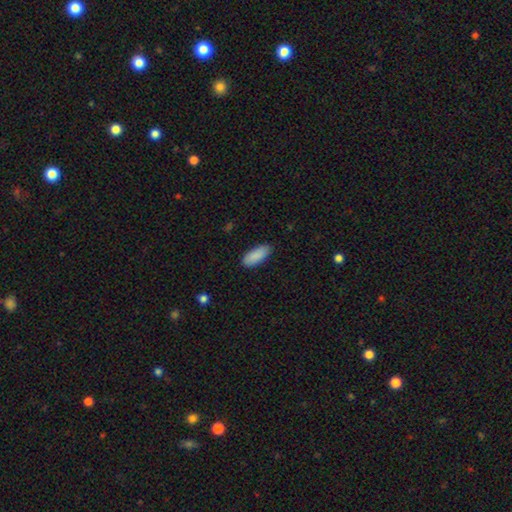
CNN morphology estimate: type=smooth (90%); roundness=in between (84%); merging=none (87%).